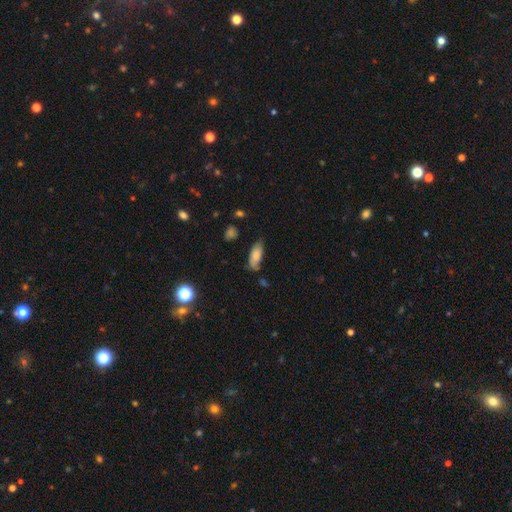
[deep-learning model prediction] The model was most divided on "merging": none: 61%, minor disturbance: 28%, major disturbance: 7%, merger: 4%. More confident: how rounded — in between (77%); smooth or featured — smooth (76%).